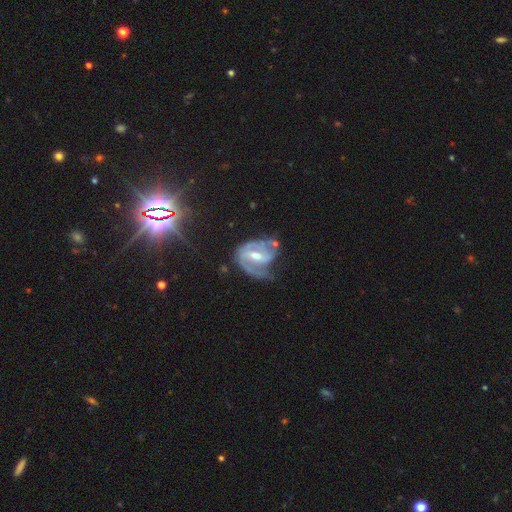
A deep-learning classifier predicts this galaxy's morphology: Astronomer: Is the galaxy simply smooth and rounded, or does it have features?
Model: featured or disk — 81%.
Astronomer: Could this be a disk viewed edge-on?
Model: no — 97%.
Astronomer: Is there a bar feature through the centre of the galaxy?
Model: weak — 52% (runner-up: strong, 30%).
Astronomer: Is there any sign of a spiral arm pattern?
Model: yes — 89%.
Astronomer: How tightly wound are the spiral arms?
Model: medium — 43% (runner-up: tight, 38%).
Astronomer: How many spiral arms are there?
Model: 2 — 49%.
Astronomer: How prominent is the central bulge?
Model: moderate — 62%.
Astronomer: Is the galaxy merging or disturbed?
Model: none — 40% (runner-up: minor disturbance, 29%).